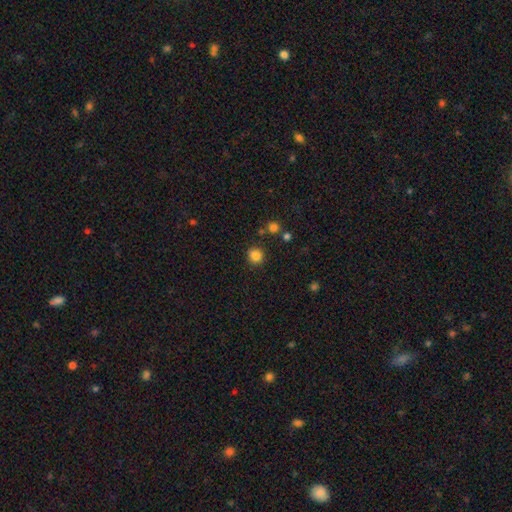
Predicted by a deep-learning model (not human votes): Smooth or featured? Predicted: smooth (p=0.84). How rounded? Predicted: round (p=0.91). Merging? Predicted: none (p=0.87).